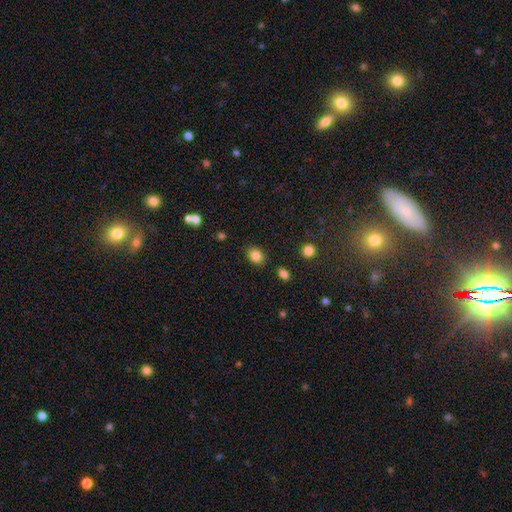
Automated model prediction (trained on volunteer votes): Smooth or featured? Predicted: smooth (p=0.84). How rounded? Predicted: in between (p=0.53). Merging? Predicted: none (p=0.84).